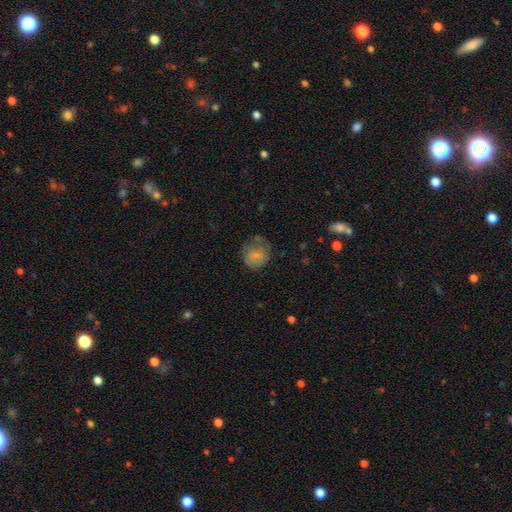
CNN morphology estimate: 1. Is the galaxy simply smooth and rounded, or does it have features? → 67% smooth, 23% featured or disk, 10% star or artifact.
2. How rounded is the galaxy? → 79% round, 20% in between, 1% cigar-shaped.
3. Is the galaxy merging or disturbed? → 54% none, 26% minor disturbance, 17% major disturbance, 3% merger.